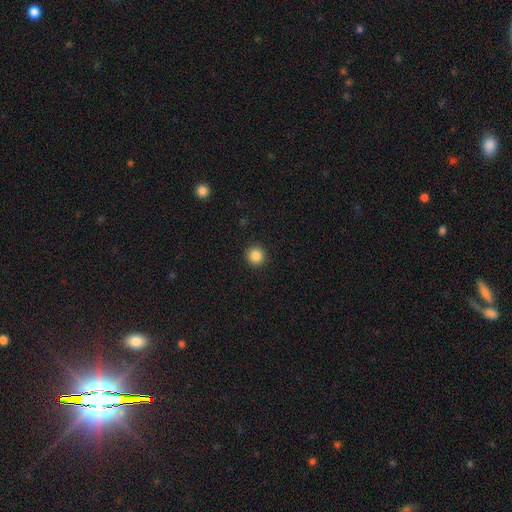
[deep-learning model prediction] This is clearly a smooth galaxy (85%). How rounded: clearly round (94%). Merging: clearly none (93%).